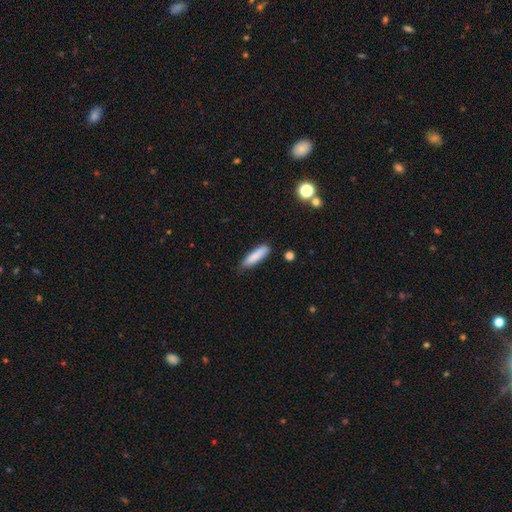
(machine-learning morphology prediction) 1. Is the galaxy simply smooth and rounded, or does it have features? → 85% smooth, 9% featured or disk, 7% star or artifact.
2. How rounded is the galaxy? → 70% cigar-shaped, 29% in between, 1% round.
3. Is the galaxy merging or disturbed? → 75% none, 20% minor disturbance, 3% major disturbance, 2% merger.